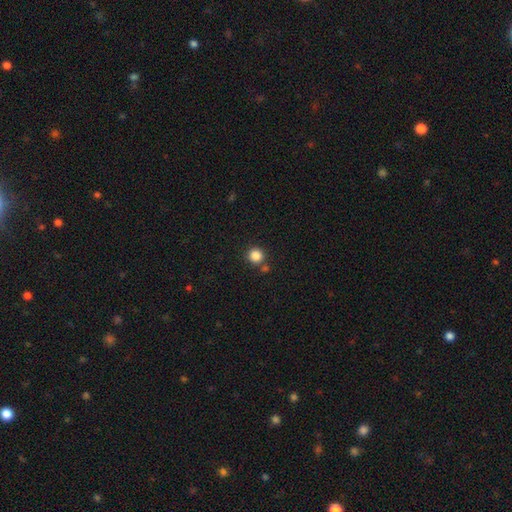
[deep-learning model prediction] smooth 85%, star or artifact 11%, featured or disk 4%. Down the decision tree: how rounded — round (93%); merging — none (80%).